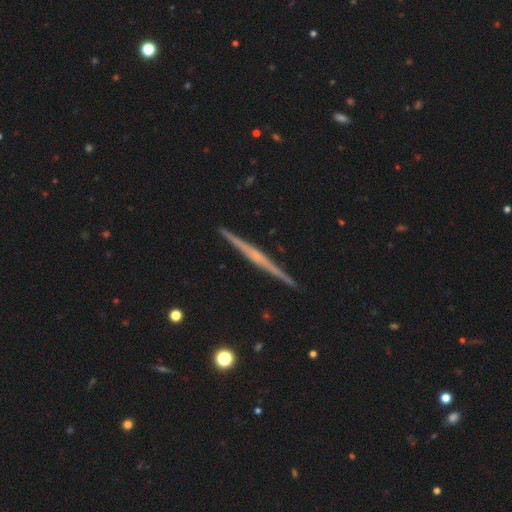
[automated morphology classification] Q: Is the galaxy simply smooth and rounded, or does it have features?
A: featured or disk — 78%.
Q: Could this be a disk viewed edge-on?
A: yes — 99%.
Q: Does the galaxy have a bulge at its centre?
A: none — 52%.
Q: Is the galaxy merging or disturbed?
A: none — 92%.